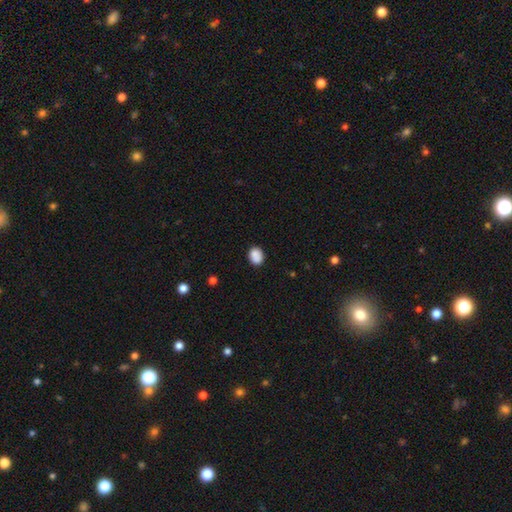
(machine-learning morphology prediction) Smooth or featured? smooth (87%)
How rounded? in between (57%)
Merging? none (80%)